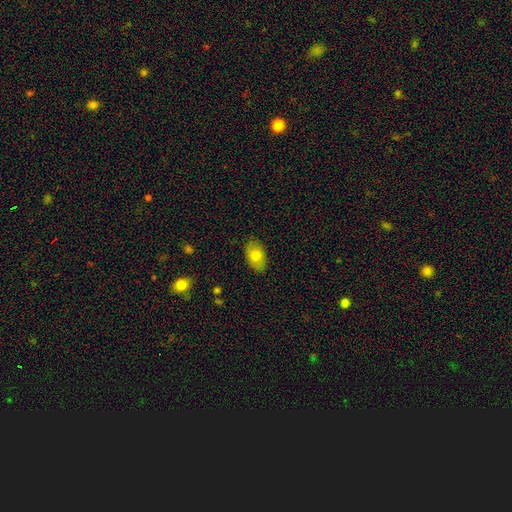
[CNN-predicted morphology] Smooth or featured: smooth — 78% (featured or disk — 15%)
How rounded: in between — 90% (round — 9%)
Merging: none — 85% (minor disturbance — 12%)